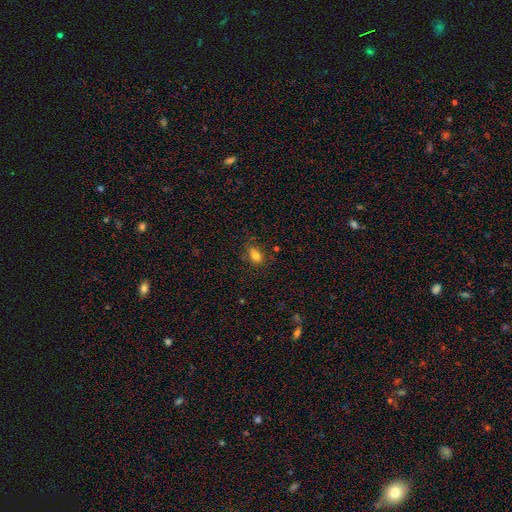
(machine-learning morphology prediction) Smooth or featured? smooth (80%)
How rounded? in between (71%)
Merging? none (72%)